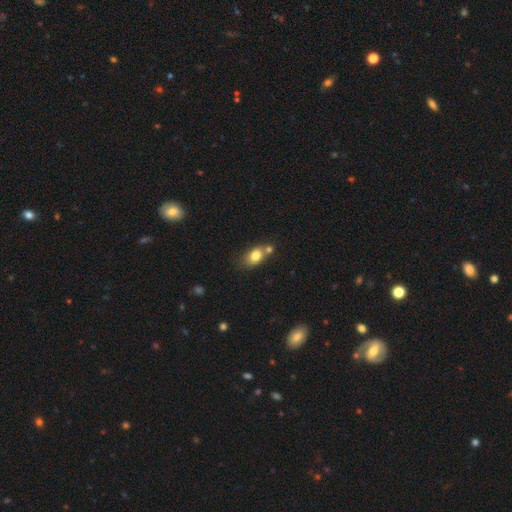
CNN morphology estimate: Smooth or featured?
  - smooth: 79% *
  - featured or disk: 12%
  - star or artifact: 9%
How rounded?
  - in between: 76% *
  - round: 22%
  - cigar-shaped: 2%
Merging?
  - none: 50% *
  - merger: 30%
  - minor disturbance: 16%
  - major disturbance: 5%